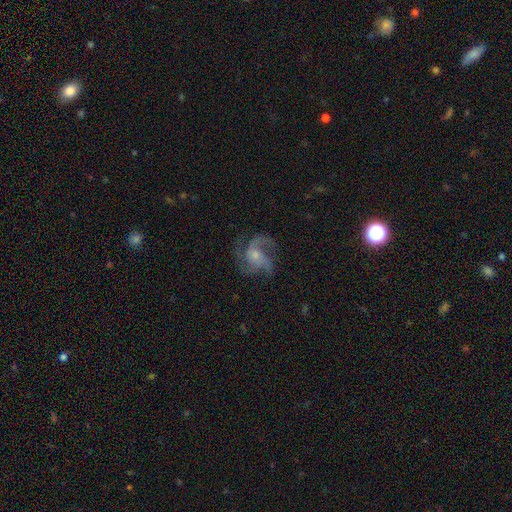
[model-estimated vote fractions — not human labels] A featured or disk galaxy (84%) with no bar (73%), 3 (60%) medium (56%) spiral arms (97%) and a small central bulge (47%).

Vote fractions:
- Smooth or featured? featured or disk: 84% / smooth: 9% / star or artifact: 7%
- Edge-on disk? no: 98% / yes: 2%
- Bar? no: 73% / weak: 23% / strong: 4%
- Spiral arms? yes: 97% / no: 3%
- Spiral winding? medium: 56% / loose: 23% / tight: 21%
- Spiral arm count? 3: 60% / 4: 17% / 2: 8% / can't tell: 7% / 1: 4% / more than 4: 4%
- Bulge size? small: 47% / moderate: 41% / none: 7% / large: 4% / dominant: 1%
- Merging? none: 66% / minor disturbance: 17% / major disturbance: 15% / merger: 1%